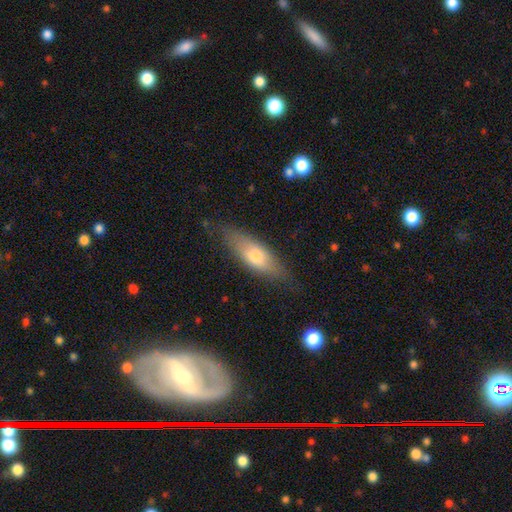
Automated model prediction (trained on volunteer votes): A smooth galaxy with no disk features (64%) that is in between round and cigar-shaped (58%). Merging: none (75%).